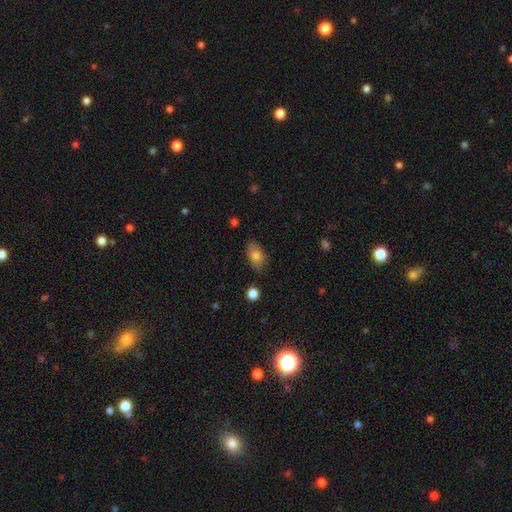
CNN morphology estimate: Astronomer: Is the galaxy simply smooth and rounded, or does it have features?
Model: smooth — 81%.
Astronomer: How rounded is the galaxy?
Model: in between — 88%.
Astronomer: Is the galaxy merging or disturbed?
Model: none — 78%.